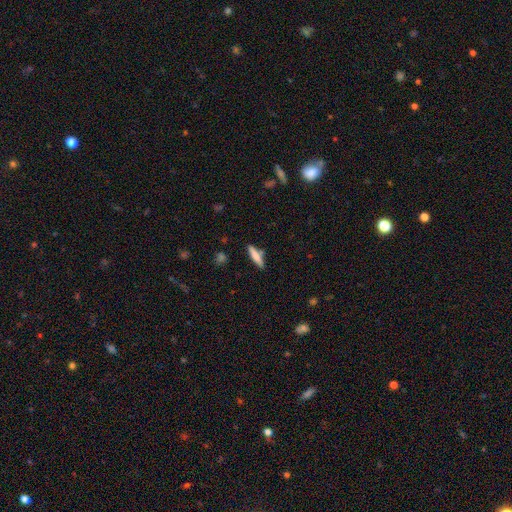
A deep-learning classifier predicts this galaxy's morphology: This appears to be a smooth galaxy with no disk features (68%) that is cigar-shaped (81%). Merging: none (80%).